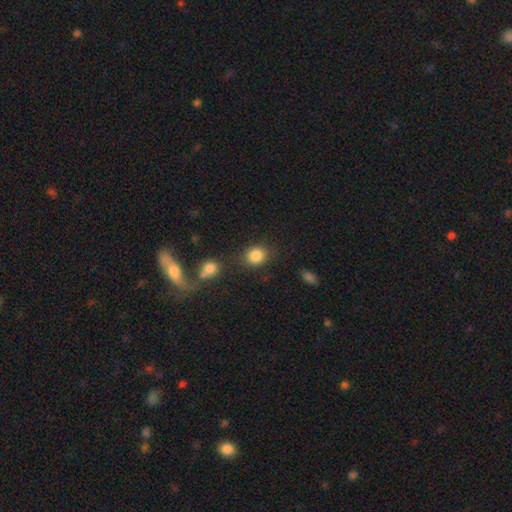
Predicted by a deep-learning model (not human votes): smooth 86%, star or artifact 9%, featured or disk 5%. Down the decision tree: how rounded — round (73%); merging — none (73%).